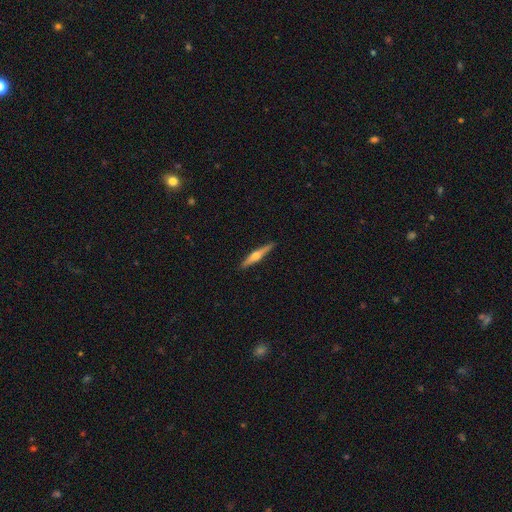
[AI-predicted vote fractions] featured or disk 69%, smooth 25%, star or artifact 5%. Down the decision tree: edge-on disk — yes (98%); edge-on bulge — rounded (94%); merging — none (91%).